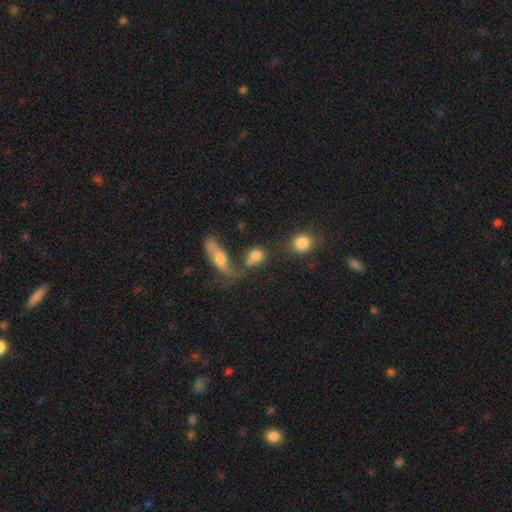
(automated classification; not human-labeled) smooth_or_featured: smooth (p=0.74) [alt: featured or disk p=0.14]
how_rounded: round (p=0.55) [alt: in between p=0.40]
merging: merger (p=0.43) [alt: none p=0.35]